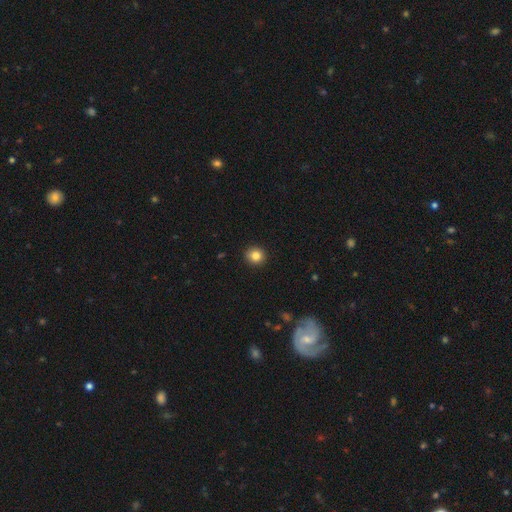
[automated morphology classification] smooth 84%, star or artifact 10%, featured or disk 6%. Down the decision tree: how rounded — round (90%); merging — none (92%).